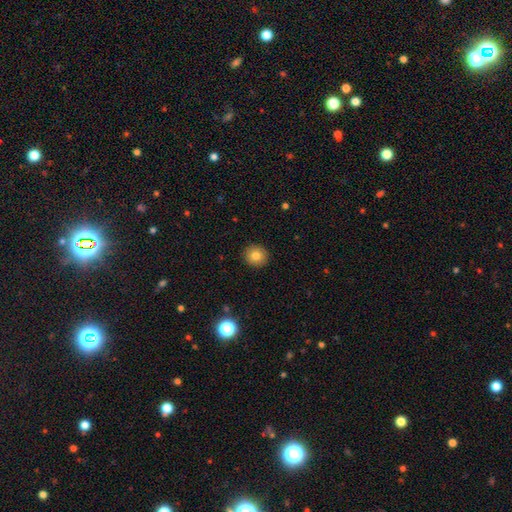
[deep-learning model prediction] Overall: smooth (81%). How rounded: round (91%). Merging: none (92%).